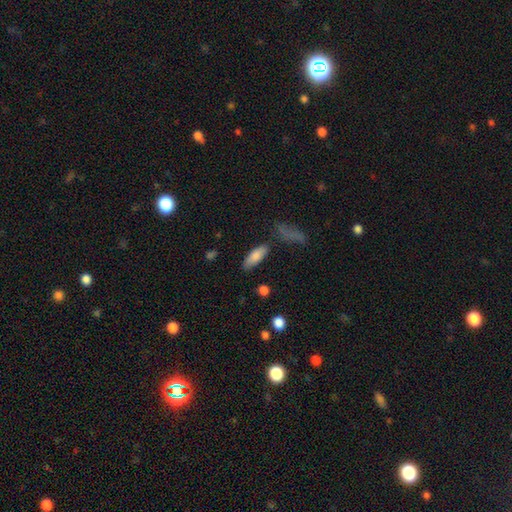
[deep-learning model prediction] Smooth or featured? smooth (81%)
How rounded? in between (70%)
Merging? none (78%)